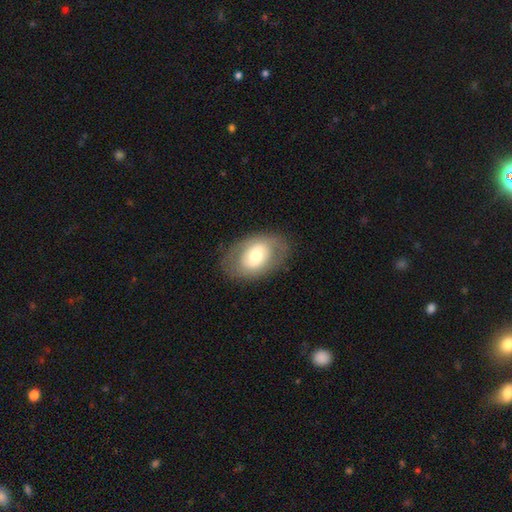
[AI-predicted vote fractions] smooth-or-featured: smooth: 55% | featured or disk: 38% | star or artifact: 7%
  how-rounded: in between: 84% | round: 15% | cigar-shaped: 1%
  merging: none: 80% | minor disturbance: 13% | major disturbance: 6% | merger: 1%